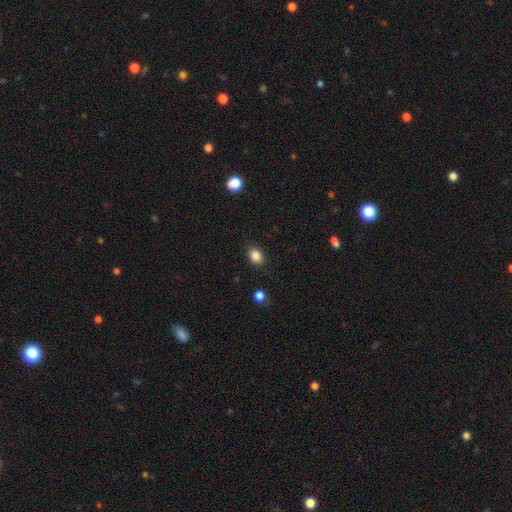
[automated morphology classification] The model was most divided on "how rounded": in between: 68%, round: 31%, cigar-shaped: 1%. More confident: merging — none (87%); smooth or featured — smooth (85%).